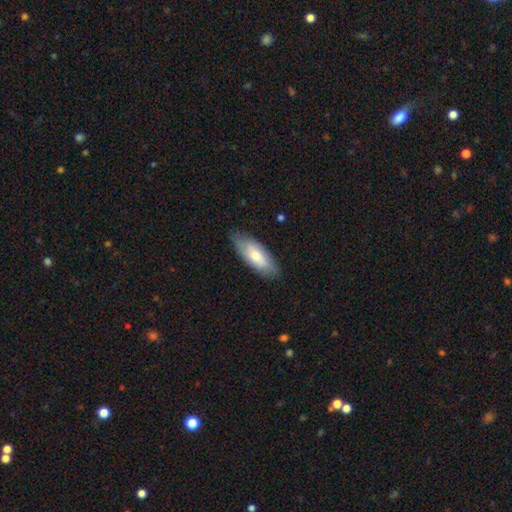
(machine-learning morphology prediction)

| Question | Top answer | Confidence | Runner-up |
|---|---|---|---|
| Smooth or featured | smooth | 70% | featured or disk (25%) |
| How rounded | in between | 76% | cigar-shaped (23%) |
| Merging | none | 81% | minor disturbance (15%) |